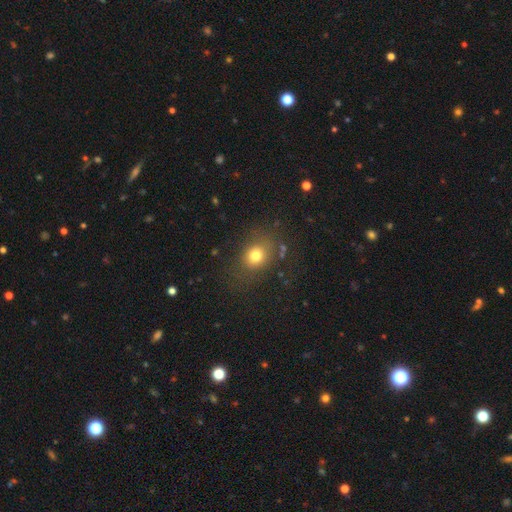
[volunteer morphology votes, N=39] Smooth or featured: smooth — 85% (star or artifact — 10%)
How rounded: round — 61% (in between — 36%)
Merging: none — 80% (minor disturbance — 11%)